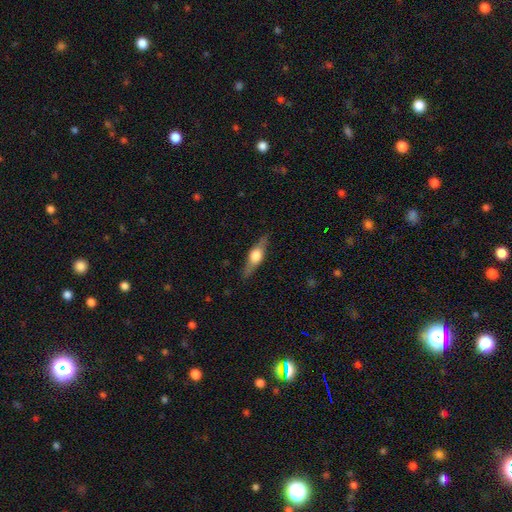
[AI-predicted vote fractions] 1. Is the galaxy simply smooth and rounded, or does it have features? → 65% featured or disk, 29% smooth, 6% star or artifact.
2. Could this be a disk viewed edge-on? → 95% yes, 5% no.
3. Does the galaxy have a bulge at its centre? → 93% rounded, 6% boxy, 1% none.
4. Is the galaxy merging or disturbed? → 86% none, 10% minor disturbance, 3% major disturbance, 1% merger.